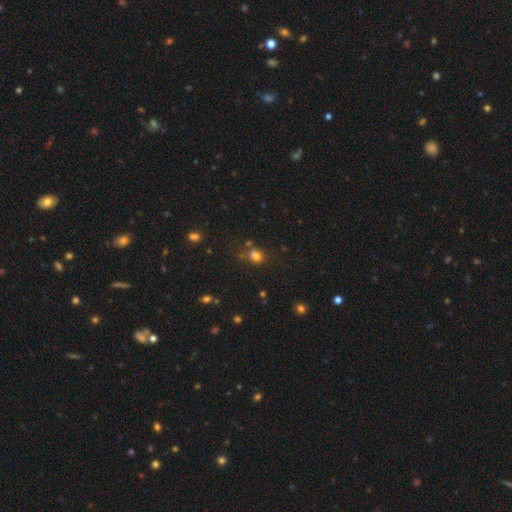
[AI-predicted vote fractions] Overall: smooth (74%). How rounded: round (59%; in between 39%). Merging: none (60%).